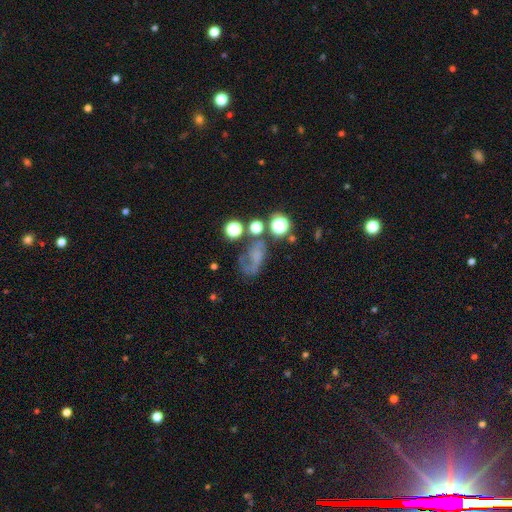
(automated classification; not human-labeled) This is marginally a featured or disk galaxy (43%). Merging: marginally none (38%).